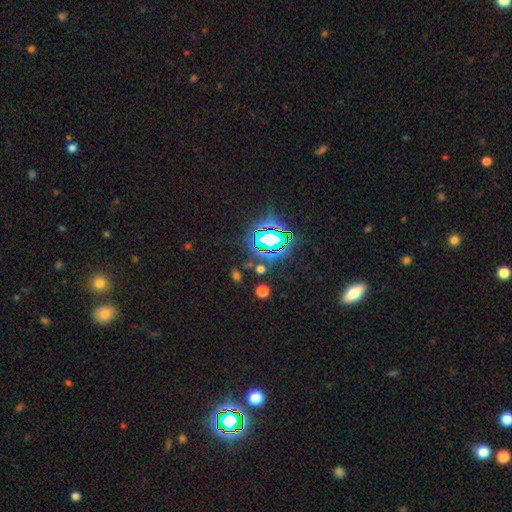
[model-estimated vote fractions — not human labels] This is clearly a star or artifact rather than a galaxy (80%).